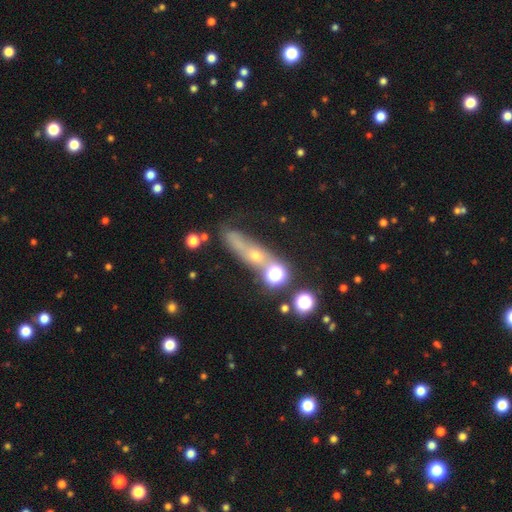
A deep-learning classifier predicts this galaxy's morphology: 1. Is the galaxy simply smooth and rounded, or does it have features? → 43% smooth, 36% featured or disk, 21% star or artifact.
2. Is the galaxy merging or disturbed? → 45% none, 21% merger, 19% minor disturbance, 15% major disturbance.